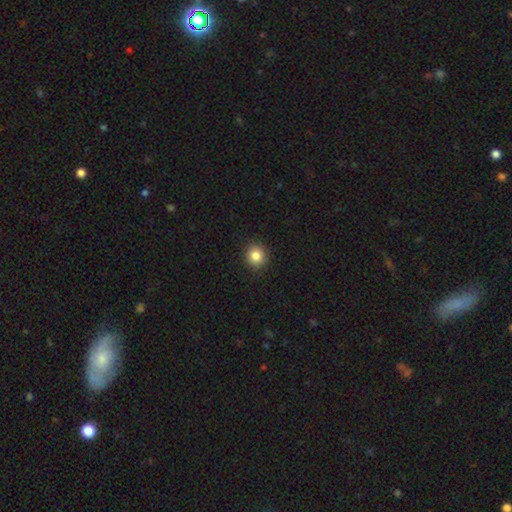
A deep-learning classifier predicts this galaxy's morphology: Smooth or featured? Predicted: smooth (p=0.84). How rounded? Predicted: round (p=0.89). Merging? Predicted: none (p=0.92).